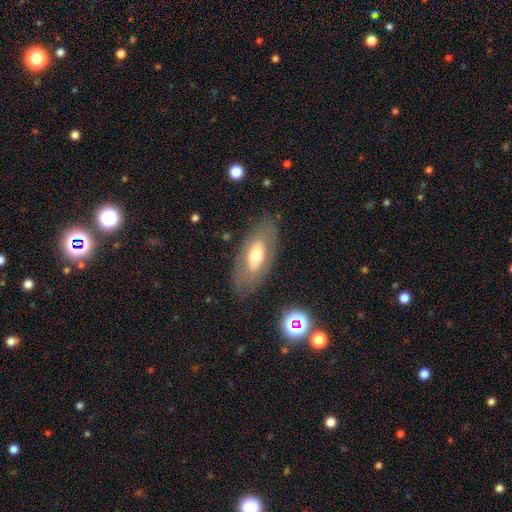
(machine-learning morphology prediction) Smooth or featured? Predicted: smooth (p=0.53). How rounded? Predicted: in between (p=0.88). Merging? Predicted: none (p=0.80).